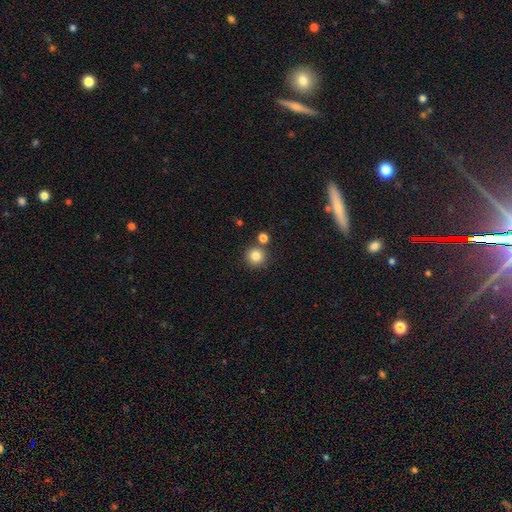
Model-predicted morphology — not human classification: Q: Smooth or featured?
A: smooth (83%); runner-up: star or artifact (11%)
Q: How rounded?
A: round (94%); runner-up: in between (5%)
Q: Merging?
A: none (77%); runner-up: merger (13%)